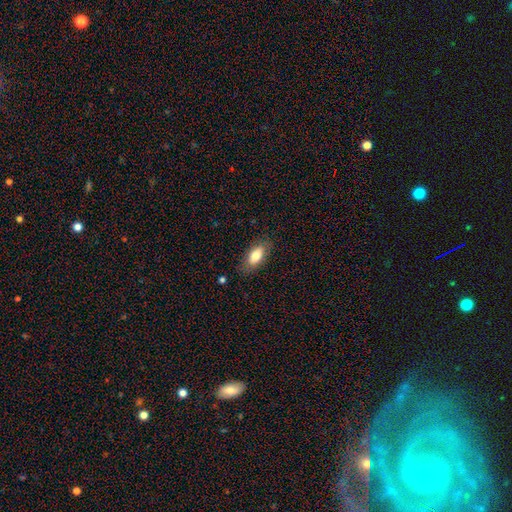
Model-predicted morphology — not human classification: Smooth or featured: smooth — 78% (featured or disk — 15%)
How rounded: in between — 87% (cigar-shaped — 10%)
Merging: none — 82% (minor disturbance — 13%)